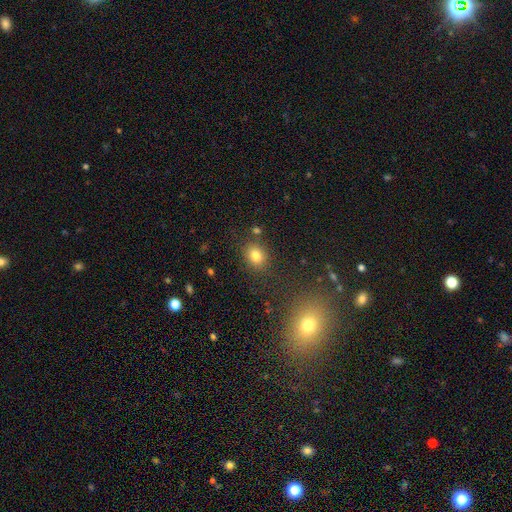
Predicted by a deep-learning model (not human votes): A smooth galaxy with no disk features (80%) that is round (63%).

Vote fractions:
- Smooth or featured? smooth: 80% / star or artifact: 13% / featured or disk: 7%
- How rounded? round: 63% / in between: 36% / cigar-shaped: 1%
- Merging? none: 81% / minor disturbance: 10% / merger: 5% / major disturbance: 4%